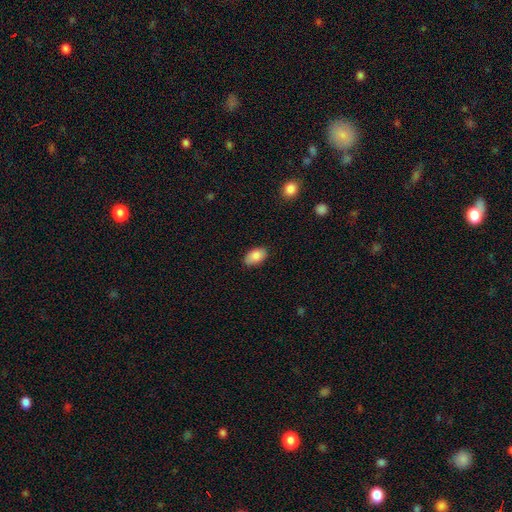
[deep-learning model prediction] smooth-or-featured: smooth: 87% | star or artifact: 7% | featured or disk: 6%
  how-rounded: in between: 93% | round: 5% | cigar-shaped: 2%
  merging: none: 83% | minor disturbance: 13% | major disturbance: 2% | merger: 1%